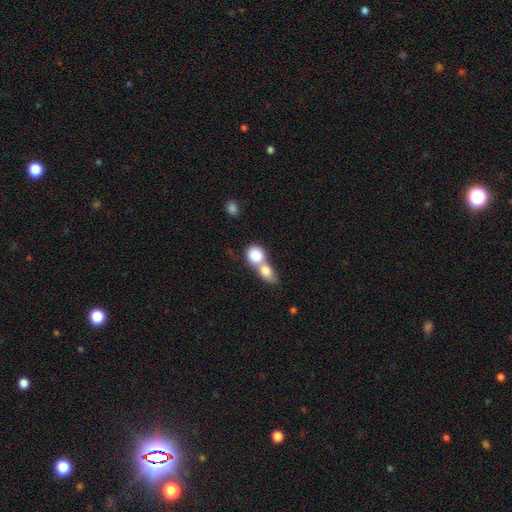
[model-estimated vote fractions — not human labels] smooth 82%, featured or disk 11%, star or artifact 7%. Down the decision tree: how rounded — round (62%); merging — merger (74%).